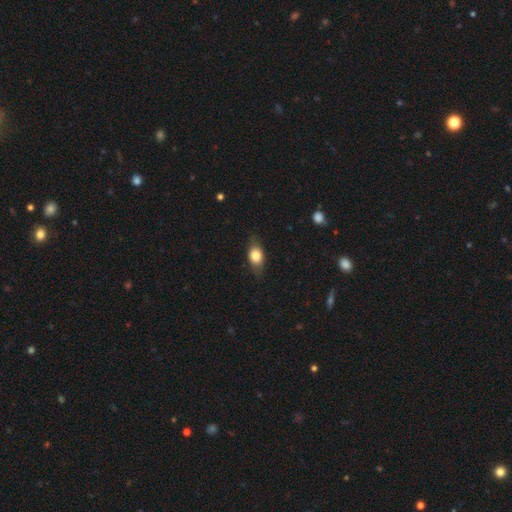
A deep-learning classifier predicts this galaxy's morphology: Q: Smooth or featured?
A: smooth (72%); runner-up: featured or disk (20%)
Q: How rounded?
A: in between (70%); runner-up: round (23%)
Q: Merging?
A: none (76%); runner-up: minor disturbance (18%)